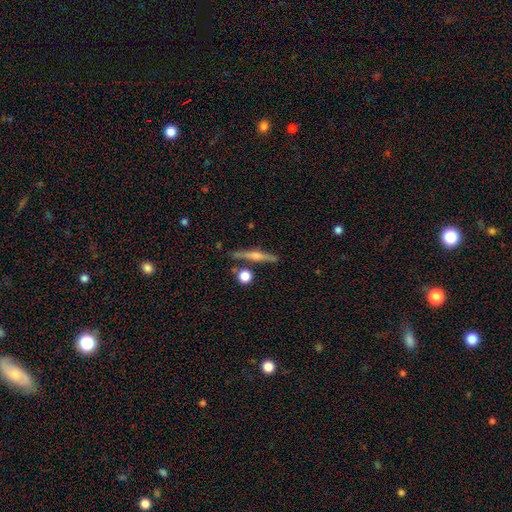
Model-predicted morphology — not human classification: This is likely a featured or disk galaxy (73%). It is clearly viewed edge-on (97%). Edge-on bulge: clearly rounded (84%). Merging: clearly none (85%).